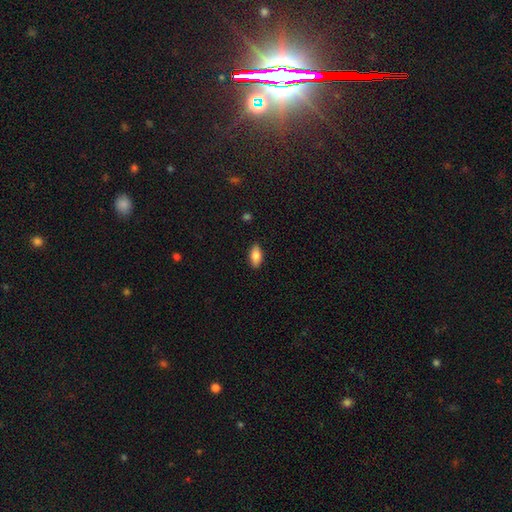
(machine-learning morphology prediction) smooth_or_featured: smooth (p=0.83) [alt: featured or disk p=0.10]
how_rounded: in between (p=0.88) [alt: cigar-shaped p=0.10]
merging: none (p=0.87) [alt: minor disturbance p=0.10]